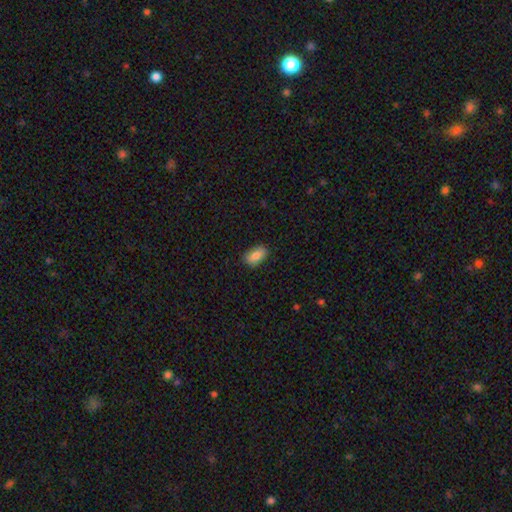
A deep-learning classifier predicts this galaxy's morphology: Overall: smooth (83%). How rounded: in between (90%). Merging: none (86%).